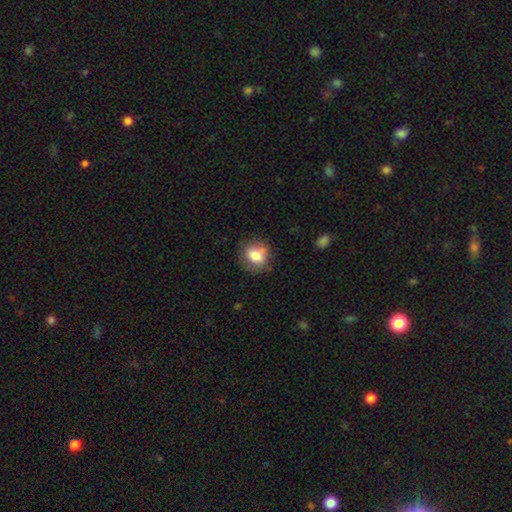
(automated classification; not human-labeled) smooth 79%, featured or disk 12%, star or artifact 9%. Down the decision tree: how rounded — round (66%); merging — none (73%).